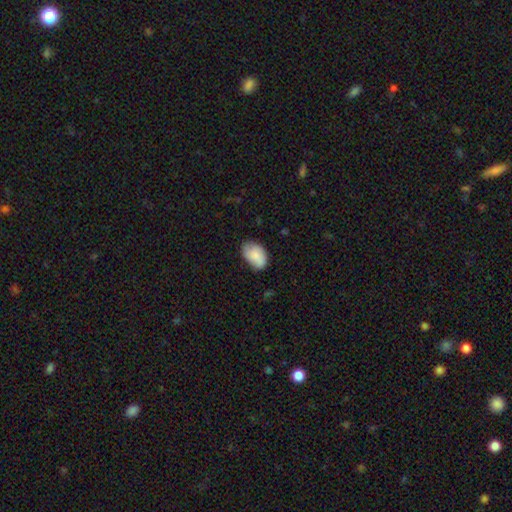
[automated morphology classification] A smooth galaxy with no disk features (83%) that is in between round and cigar-shaped (87%). Merging: none (62%).